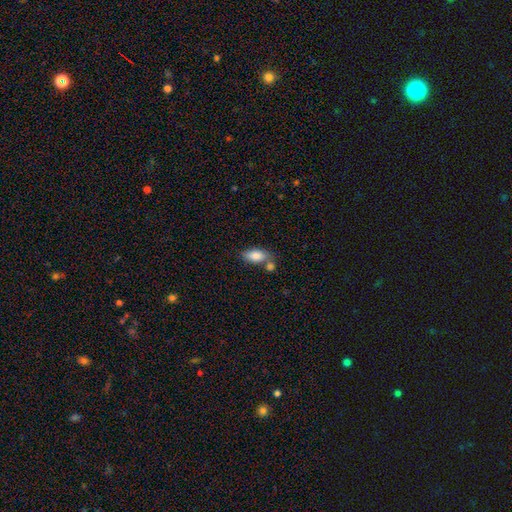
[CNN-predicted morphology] This is clearly a smooth galaxy (83%). How rounded: clearly in between (89%). Merging: possibly none (54%).